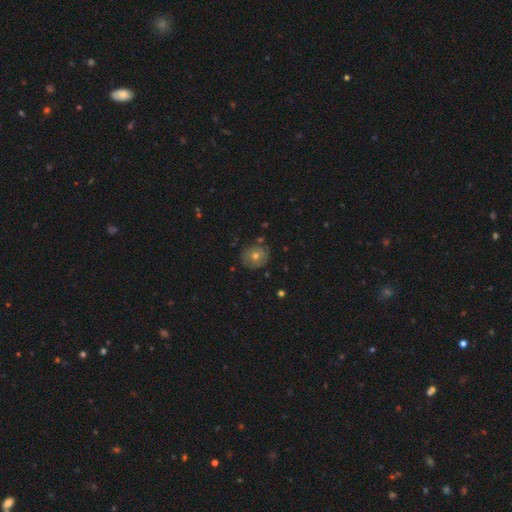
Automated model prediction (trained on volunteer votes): Q: Smooth or featured?
A: smooth (49%); runner-up: featured or disk (37%)
Q: Merging?
A: none (80%); runner-up: minor disturbance (14%)